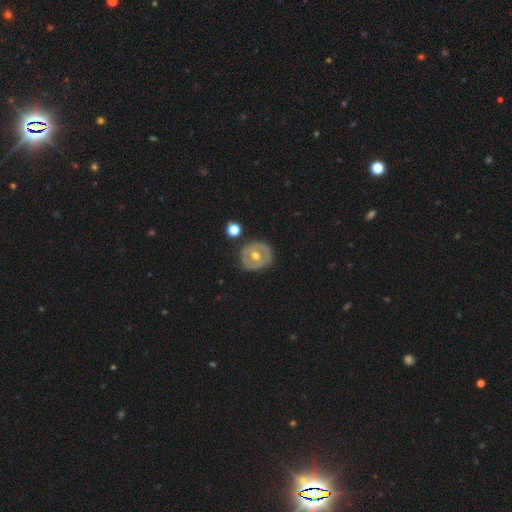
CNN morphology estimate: Smooth or featured? Predicted: featured or disk (p=0.58). Edge-on disk? Predicted: no (p=0.95). Bar? Predicted: no (p=0.71). Spiral arms? Predicted: no (p=0.73). Bulge size? Predicted: moderate (p=0.80). Merging? Predicted: none (p=0.81).